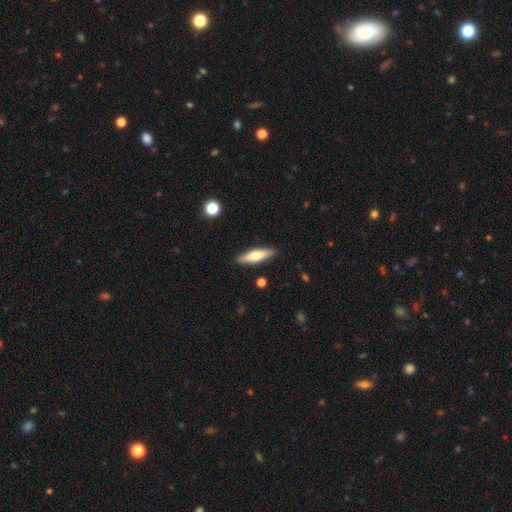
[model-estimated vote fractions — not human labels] This appears to be a smooth galaxy with no disk features (55%) that is cigar-shaped (72%). Merging: none (88%).